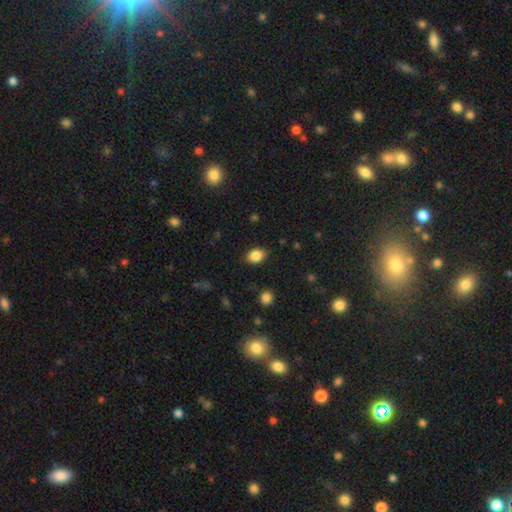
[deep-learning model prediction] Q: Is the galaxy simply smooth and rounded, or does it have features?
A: smooth — 86%.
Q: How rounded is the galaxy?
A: in between — 81%.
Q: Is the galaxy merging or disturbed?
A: none — 85%.